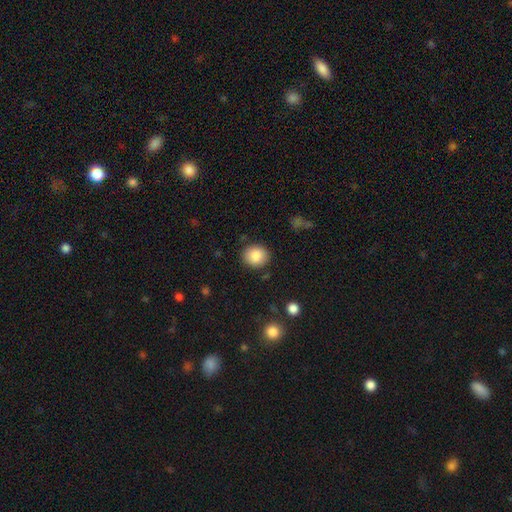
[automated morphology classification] The model was most divided on "how rounded": round: 73%, in between: 26%, cigar-shaped: 1%. More confident: merging — none (87%); smooth or featured — smooth (85%).